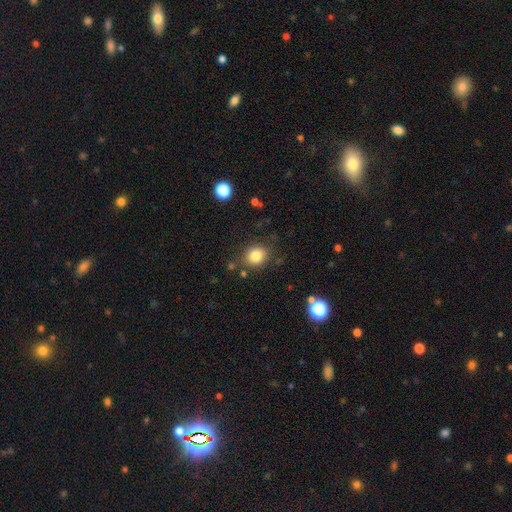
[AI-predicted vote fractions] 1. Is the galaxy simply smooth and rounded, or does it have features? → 82% smooth, 11% star or artifact, 7% featured or disk.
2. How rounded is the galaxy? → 66% round, 33% in between, 1% cigar-shaped.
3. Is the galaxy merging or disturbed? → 80% none, 12% minor disturbance, 4% major disturbance, 3% merger.